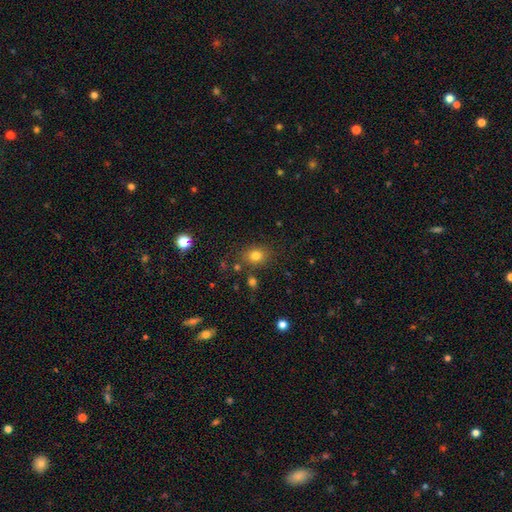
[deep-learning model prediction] Morphology: type=smooth (78%); roundness=round (51%); merging=none (79%).